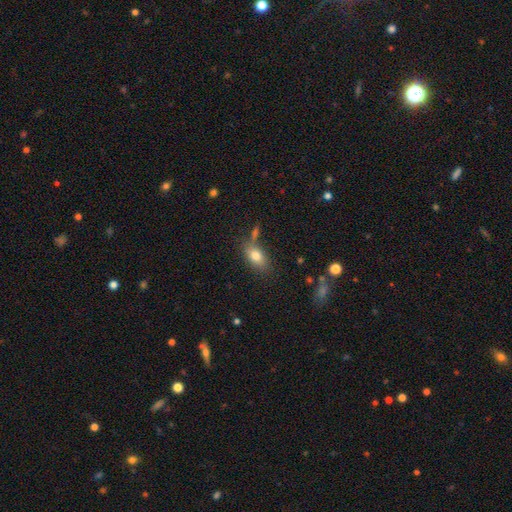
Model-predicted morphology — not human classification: Smooth or featured? Predicted: smooth (p=0.79). How rounded? Predicted: in between (p=0.87). Merging? Predicted: none (p=0.68).